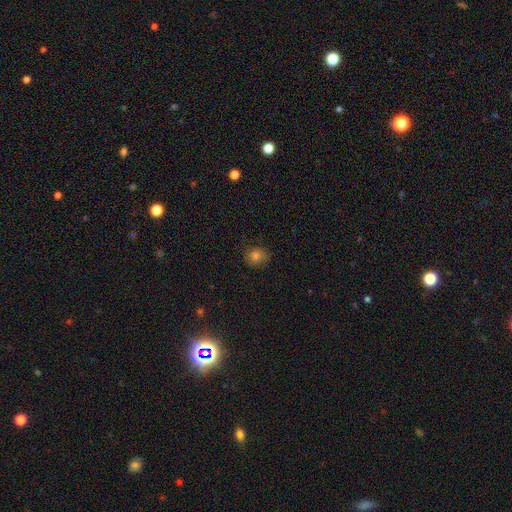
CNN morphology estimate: type=smooth (78%); roundness=round (79%); merging=none (81%).